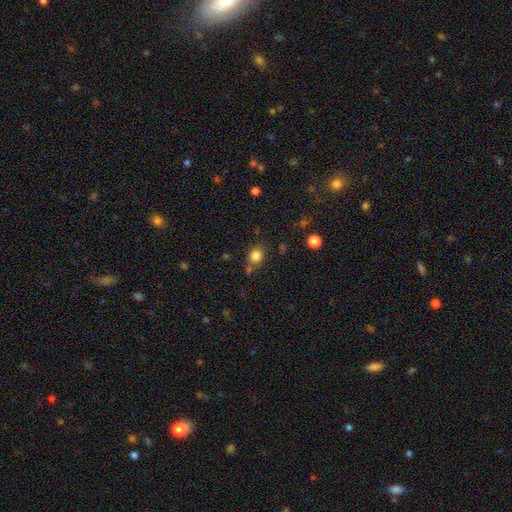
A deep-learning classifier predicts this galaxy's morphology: Overall: smooth (82%). How rounded: round (63%; in between 36%). Merging: none (70%).